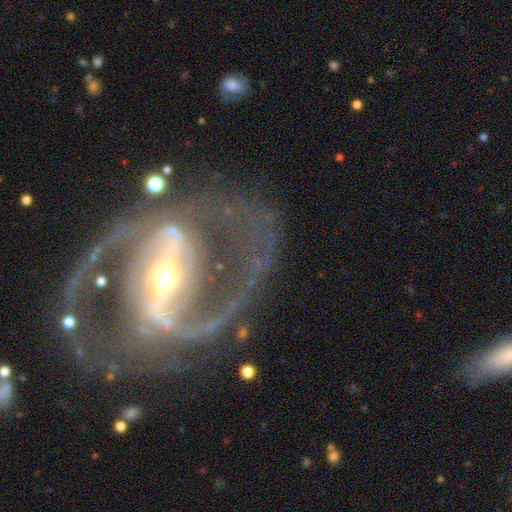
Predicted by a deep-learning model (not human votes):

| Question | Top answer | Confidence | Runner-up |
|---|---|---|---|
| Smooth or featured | featured or disk | 92% | star or artifact (5%) |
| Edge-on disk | no | 97% | yes (3%) |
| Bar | strong | 74% | weak (19%) |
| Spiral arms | yes | 97% | no (3%) |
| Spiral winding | medium | 60% | loose (22%) |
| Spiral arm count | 2 | 93% | can't tell (2%) |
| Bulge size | small | 49% | moderate (45%) |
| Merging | none | 72% | minor disturbance (13%) |